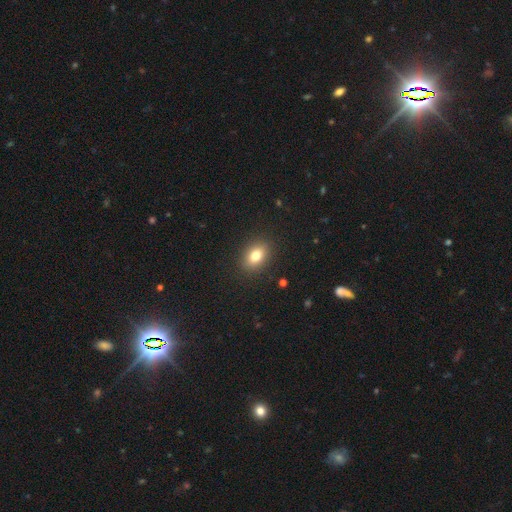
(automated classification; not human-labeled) smooth_or_featured: smooth (p=0.79) [alt: star or artifact p=0.10]
how_rounded: in between (p=0.74) [alt: round p=0.24]
merging: none (p=0.89) [alt: minor disturbance p=0.08]